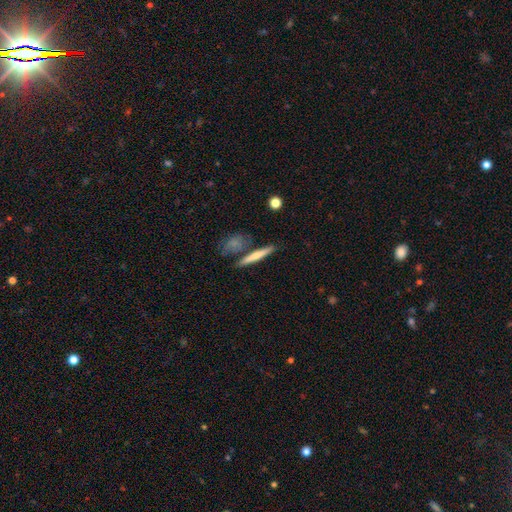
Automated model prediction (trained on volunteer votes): The model was most divided on "smooth or featured": smooth: 61%, featured or disk: 33%, star or artifact: 6%. More confident: how rounded — cigar-shaped (88%); merging — none (74%).